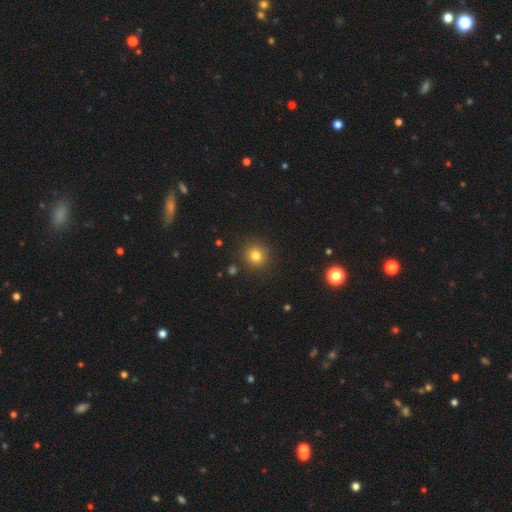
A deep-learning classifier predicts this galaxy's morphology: Smooth or featured? Predicted: smooth (p=0.78). How rounded? Predicted: round (p=0.90). Merging? Predicted: none (p=0.89).